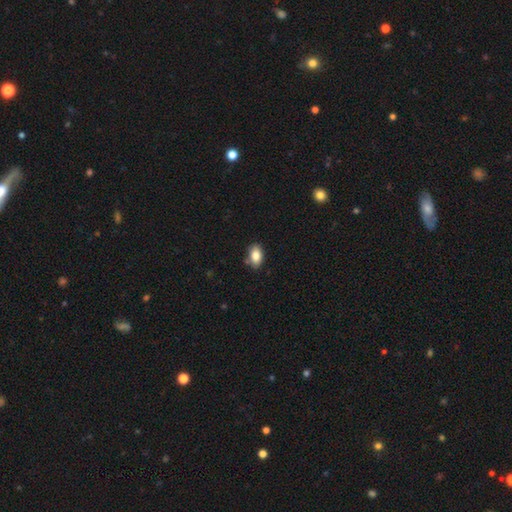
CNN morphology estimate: smooth_or_featured: smooth (p=0.85) [alt: star or artifact p=0.08]
how_rounded: in between (p=0.90) [alt: round p=0.08]
merging: none (p=0.79) [alt: minor disturbance p=0.13]